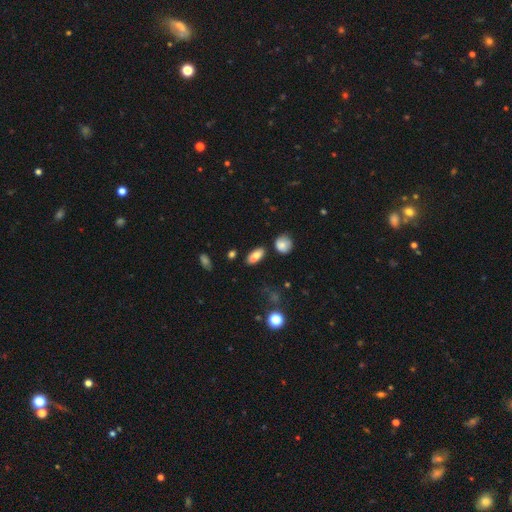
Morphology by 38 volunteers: Volunteers were most divided on "merging": none: 76%, minor disturbance: 14%, major disturbance: 5%, merger: 5%. More confident: smooth or featured — smooth (92%); how rounded — in between (91%).